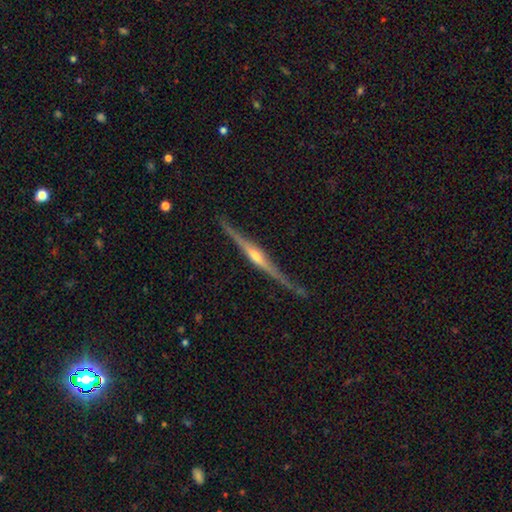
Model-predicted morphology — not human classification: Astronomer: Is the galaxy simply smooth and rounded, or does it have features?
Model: featured or disk — 88%.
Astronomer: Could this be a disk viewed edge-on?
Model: yes — 98%.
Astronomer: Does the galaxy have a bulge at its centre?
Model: rounded — 88%.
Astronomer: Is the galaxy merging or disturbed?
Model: none — 86%.